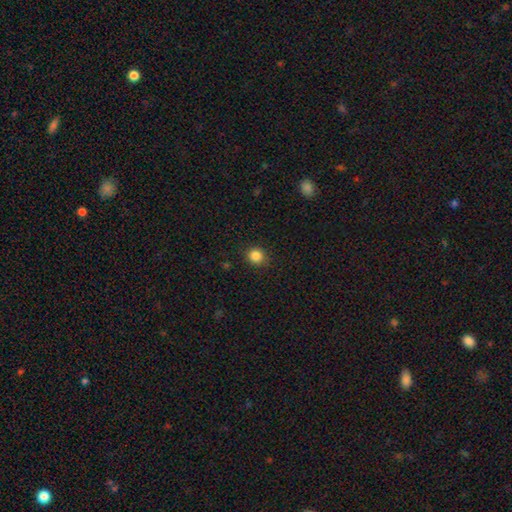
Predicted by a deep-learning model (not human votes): A smooth galaxy with no disk features (86%) that is round (88%).

Vote fractions:
- Smooth or featured? smooth: 86% / star or artifact: 11% / featured or disk: 3%
- How rounded? round: 88% / in between: 11% / cigar-shaped: 1%
- Merging? none: 89% / minor disturbance: 8% / major disturbance: 2% / merger: 1%